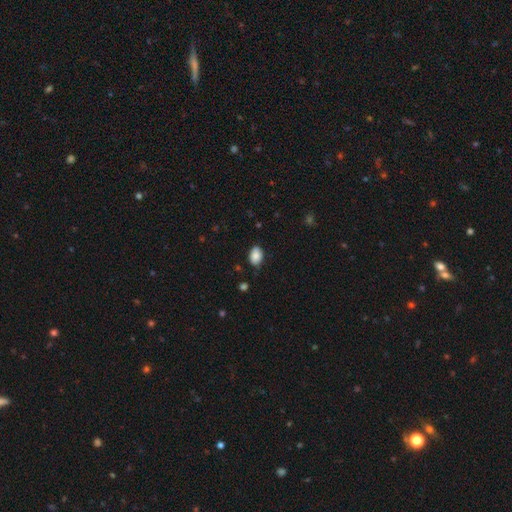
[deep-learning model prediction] Morphology: type=smooth (87%); roundness=in between (84%); merging=none (79%).